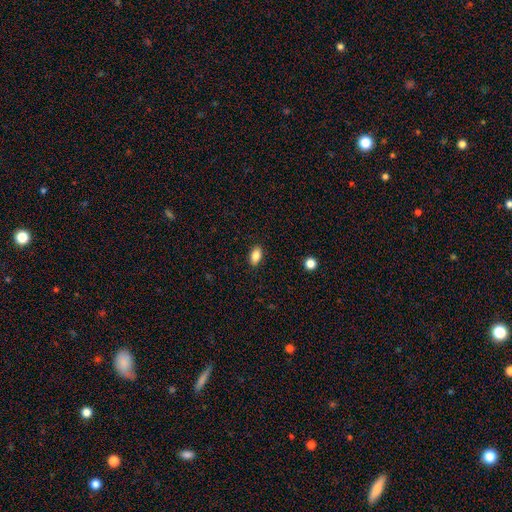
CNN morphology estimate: Smooth or featured?
  - smooth: 85% *
  - star or artifact: 8%
  - featured or disk: 7%
How rounded?
  - in between: 90% *
  - round: 7%
  - cigar-shaped: 4%
Merging?
  - none: 89% *
  - minor disturbance: 8%
  - major disturbance: 2%
  - merger: 1%